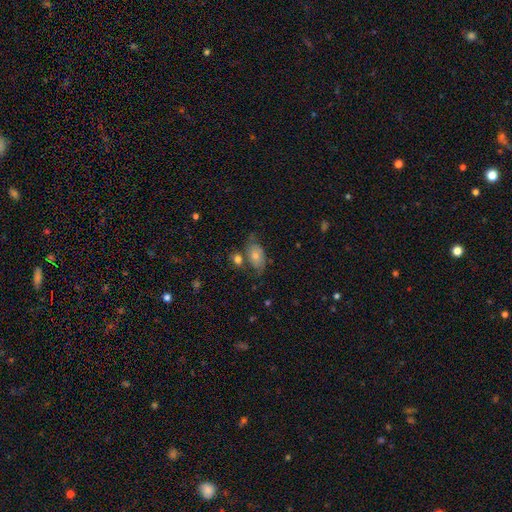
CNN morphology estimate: smooth_or_featured: smooth (p=0.56) [alt: featured or disk p=0.35]
how_rounded: in between (p=0.87) [alt: round p=0.10]
merging: none (p=0.45) [alt: minor disturbance p=0.25]